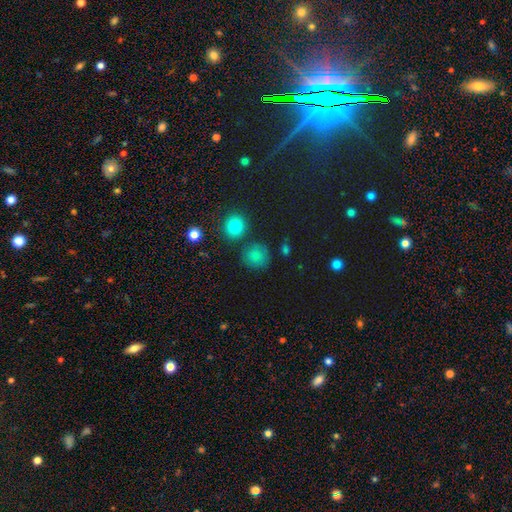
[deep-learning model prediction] Smooth or featured?
  - smooth: 80% *
  - star or artifact: 15%
  - featured or disk: 5%
How rounded?
  - round: 87% *
  - in between: 11%
  - cigar-shaped: 1%
Merging?
  - none: 77% *
  - minor disturbance: 12%
  - merger: 7%
  - major disturbance: 4%